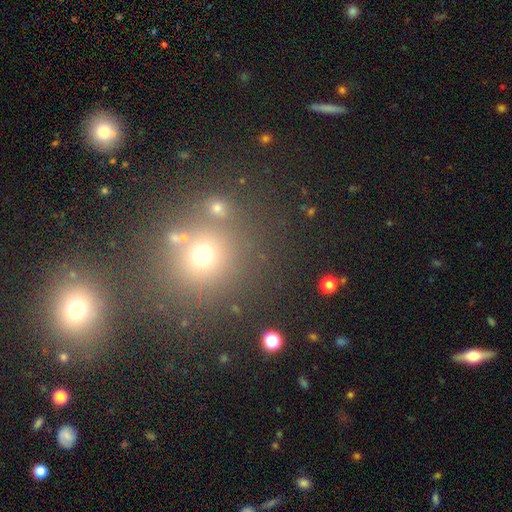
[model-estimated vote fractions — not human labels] Q: Smooth or featured?
A: smooth (52%); runner-up: star or artifact (38%)
Q: How rounded?
A: round (89%); runner-up: in between (10%)
Q: Merging?
A: none (71%); runner-up: merger (17%)